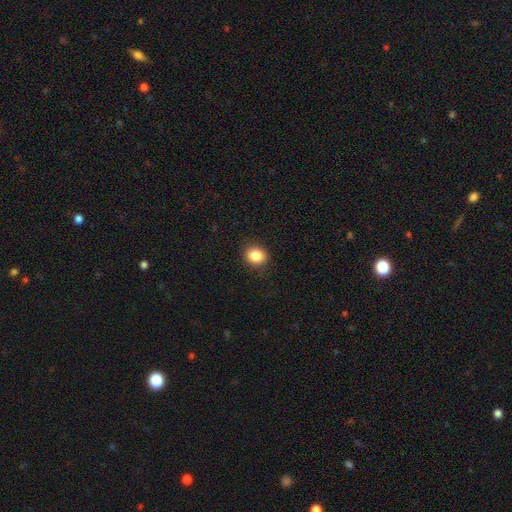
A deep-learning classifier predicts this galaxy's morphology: Smooth or featured: smooth — 86% (star or artifact — 10%)
How rounded: round — 67% (in between — 32%)
Merging: none — 89% (minor disturbance — 8%)